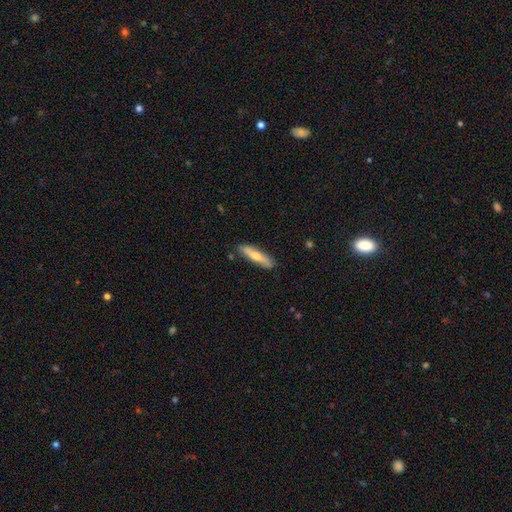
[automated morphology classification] Smooth or featured?
  - smooth: 61% *
  - featured or disk: 33%
  - star or artifact: 5%
How rounded?
  - cigar-shaped: 80% *
  - in between: 19%
  - round: 2%
Merging?
  - none: 84% *
  - minor disturbance: 13%
  - major disturbance: 2%
  - merger: 2%